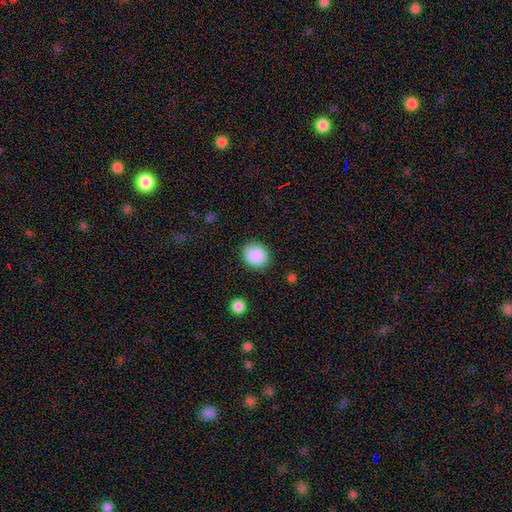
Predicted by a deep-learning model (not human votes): Smooth or featured?
  - smooth: 88% *
  - star or artifact: 8%
  - featured or disk: 4%
How rounded?
  - round: 76% *
  - in between: 23%
  - cigar-shaped: 1%
Merging?
  - none: 87% *
  - minor disturbance: 9%
  - major disturbance: 3%
  - merger: 1%